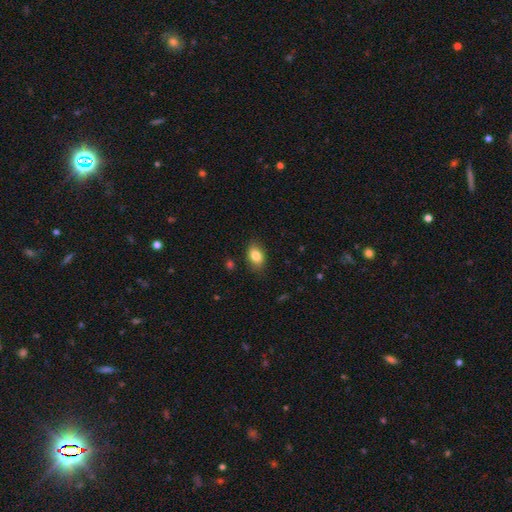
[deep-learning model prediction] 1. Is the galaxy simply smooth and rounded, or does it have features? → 84% smooth, 8% star or artifact, 8% featured or disk.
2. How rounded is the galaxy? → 86% in between, 13% round, 2% cigar-shaped.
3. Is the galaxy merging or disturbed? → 84% none, 12% minor disturbance, 3% major disturbance, 1% merger.